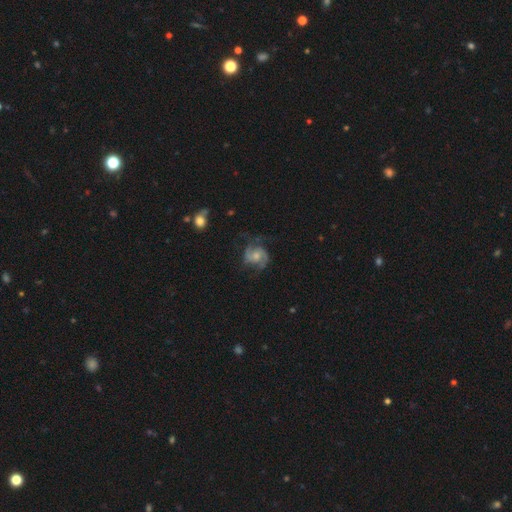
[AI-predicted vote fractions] Smooth or featured? featured or disk (82%)
Edge-on disk? no (98%)
Bar? no (61%)
Spiral arms? yes (96%)
Spiral winding? medium (52%)
Spiral arm count? 2 (86%)
Bulge size? moderate (46%)
Merging? none (66%)